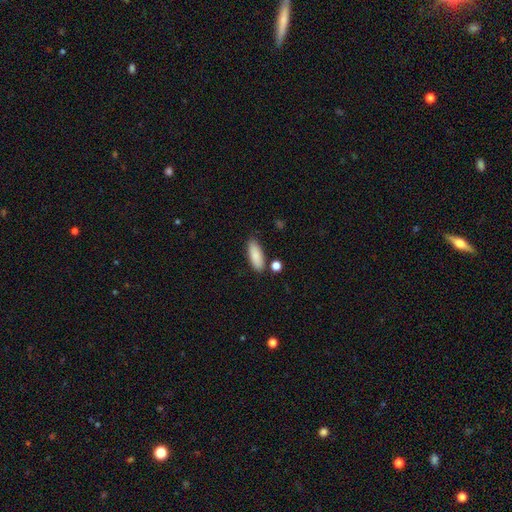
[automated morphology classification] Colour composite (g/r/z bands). It shows a smooth galaxy with no disk features (87%) that is in between round and cigar-shaped (72%). Merging: none (81%).